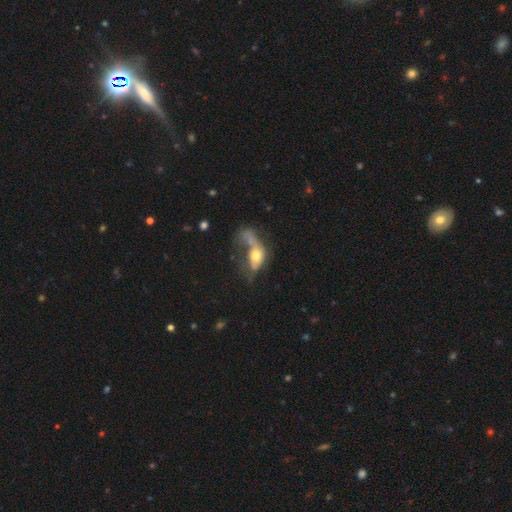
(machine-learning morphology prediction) Smooth or featured? Predicted: smooth (p=0.54). How rounded? Predicted: in between (p=0.76). Merging? Predicted: major disturbance (p=0.45).